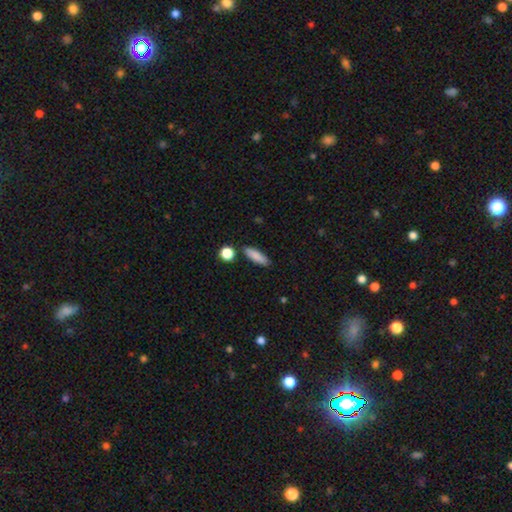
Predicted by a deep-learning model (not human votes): Morphology: type=smooth (85%); roundness=cigar-shaped (57%); merging=none (84%).